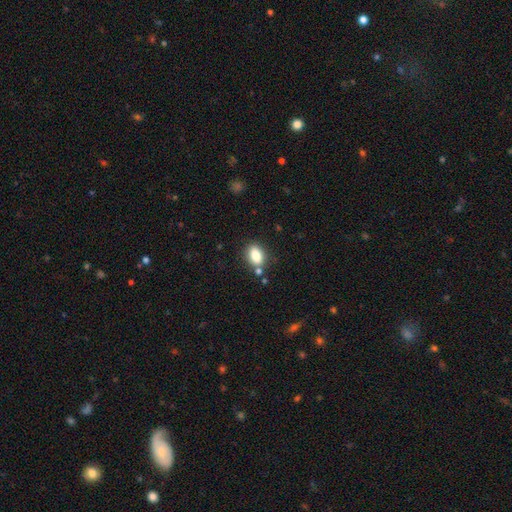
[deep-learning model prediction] Smooth or featured? Predicted: smooth (p=0.84). How rounded? Predicted: in between (p=0.82). Merging? Predicted: none (p=0.75).